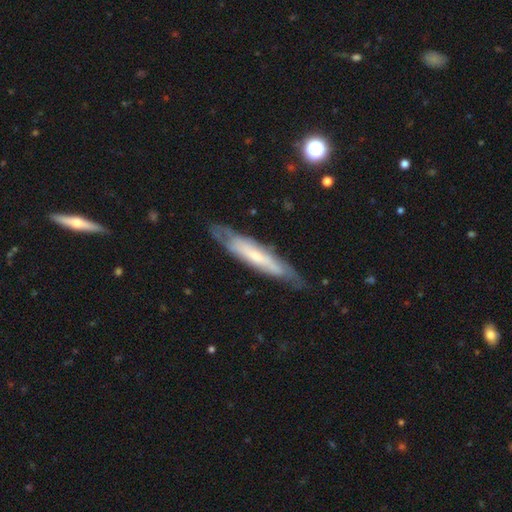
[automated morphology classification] The model was most divided on "edge-on disk": yes: 59%, no: 41%. More confident: merging — none (73%); smooth or featured — featured or disk (60%).